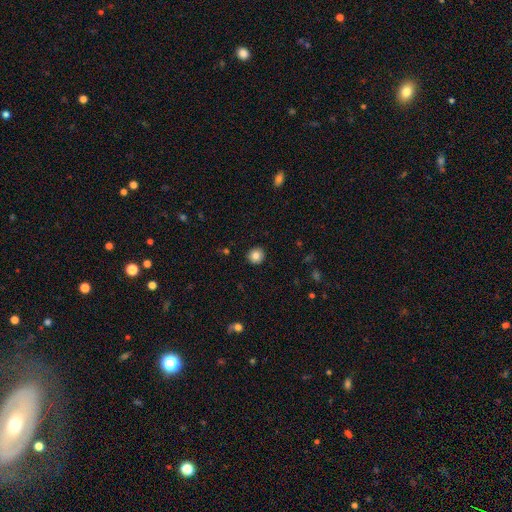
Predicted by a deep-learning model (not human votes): Morphology: type=smooth (83%); roundness=round (92%); merging=none (92%).